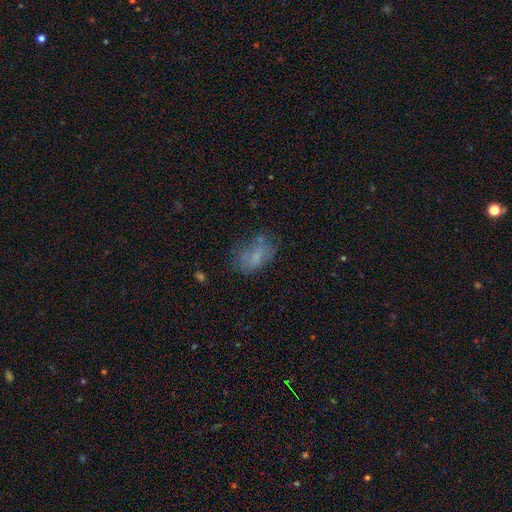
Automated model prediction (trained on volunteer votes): Q: Smooth or featured?
A: smooth (62%); runner-up: featured or disk (25%)
Q: How rounded?
A: in between (88%); runner-up: round (8%)
Q: Merging?
A: none (56%); runner-up: minor disturbance (24%)